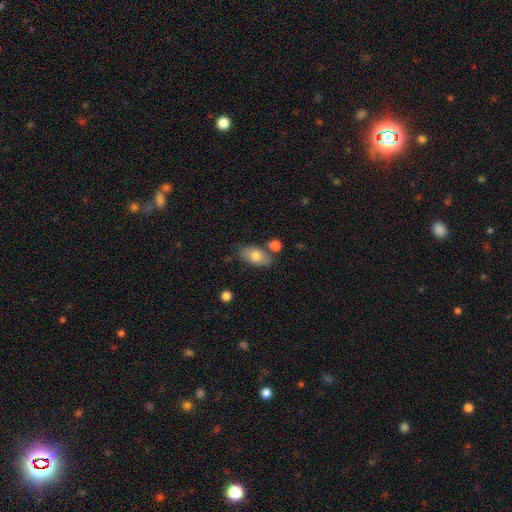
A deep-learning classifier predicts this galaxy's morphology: Overall: smooth (74%). How rounded: in between (90%). Merging: none (69%).